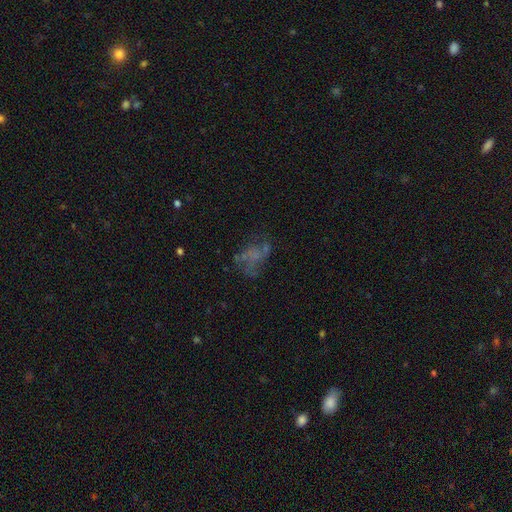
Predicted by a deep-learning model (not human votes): This is possibly a featured or disk galaxy (48%). Merging: possibly none (49%).